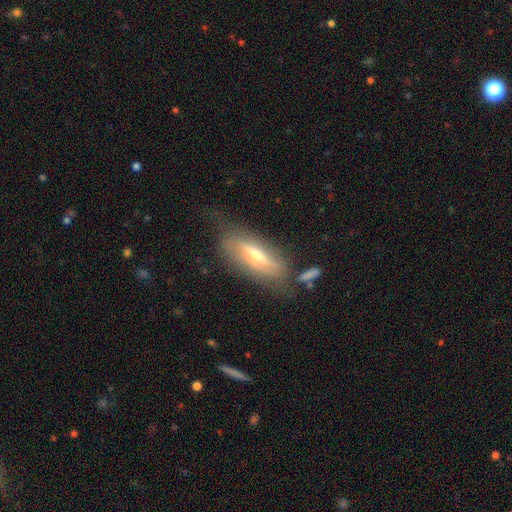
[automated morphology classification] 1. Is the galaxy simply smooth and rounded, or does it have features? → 55% featured or disk, 37% smooth, 8% star or artifact.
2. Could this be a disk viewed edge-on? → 63% yes, 37% no.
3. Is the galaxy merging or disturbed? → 55% none, 26% minor disturbance, 14% major disturbance, 5% merger.